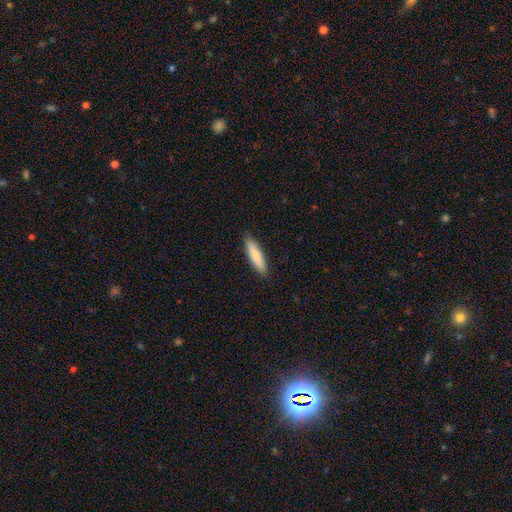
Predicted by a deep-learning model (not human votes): Smooth or featured? smooth (83%)
How rounded? cigar-shaped (74%)
Merging? none (90%)